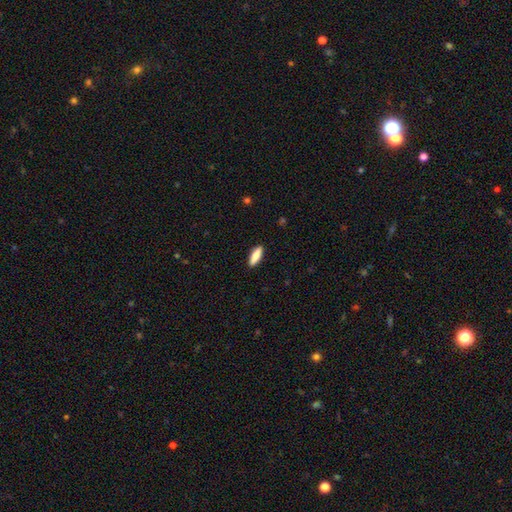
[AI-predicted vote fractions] smooth-or-featured: smooth: 84% | featured or disk: 11% | star or artifact: 6%
  how-rounded: cigar-shaped: 51% | in between: 47% | round: 2%
  merging: none: 90% | minor disturbance: 7% | major disturbance: 2% | merger: 1%